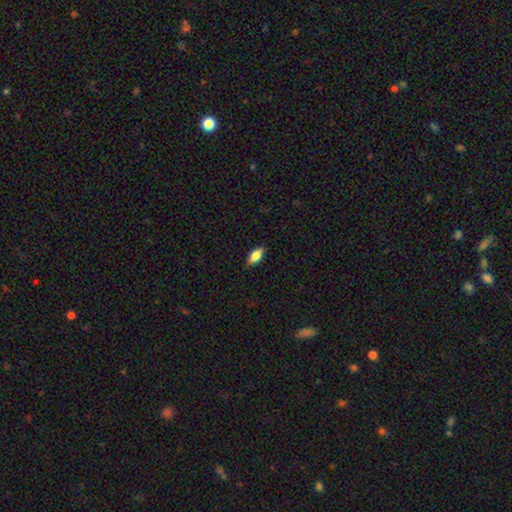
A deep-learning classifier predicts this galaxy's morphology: Overall: smooth (75%). How rounded: in between (82%). Merging: none (83%).